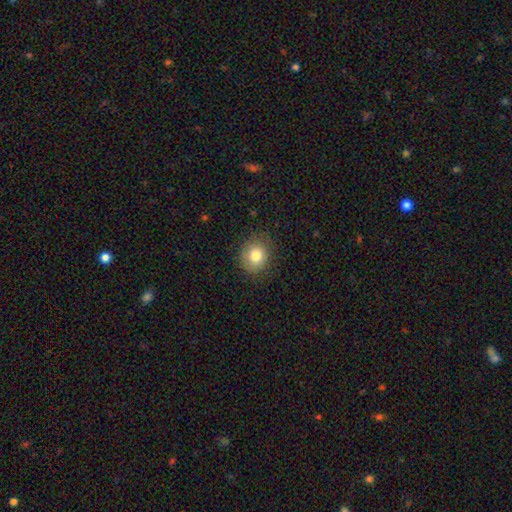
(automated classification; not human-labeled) Smooth or featured?
  - smooth: 80% *
  - star or artifact: 10%
  - featured or disk: 10%
How rounded?
  - round: 76% *
  - in between: 23%
  - cigar-shaped: 1%
Merging?
  - none: 82% *
  - minor disturbance: 13%
  - major disturbance: 4%
  - merger: 1%